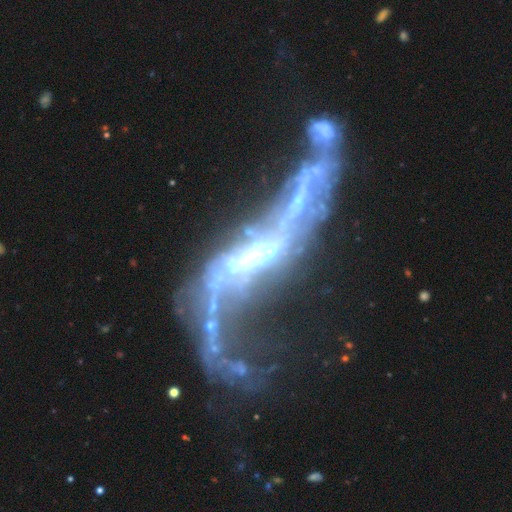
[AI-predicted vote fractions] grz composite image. It shows a featured or disk galaxy (68%) with no bar (55%), no spiral arms (62%) and a moderate central bulge (32%). Merging: major disturbance (40%).